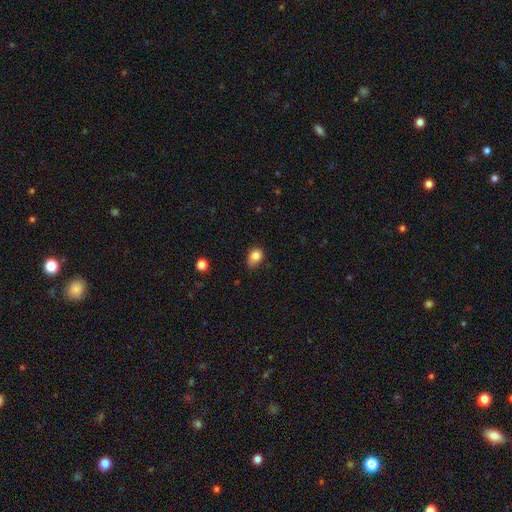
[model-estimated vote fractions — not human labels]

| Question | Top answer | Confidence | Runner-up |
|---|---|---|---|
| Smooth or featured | smooth | 83% | star or artifact (10%) |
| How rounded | in between | 60% | round (39%) |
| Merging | none | 51% | minor disturbance (39%) |